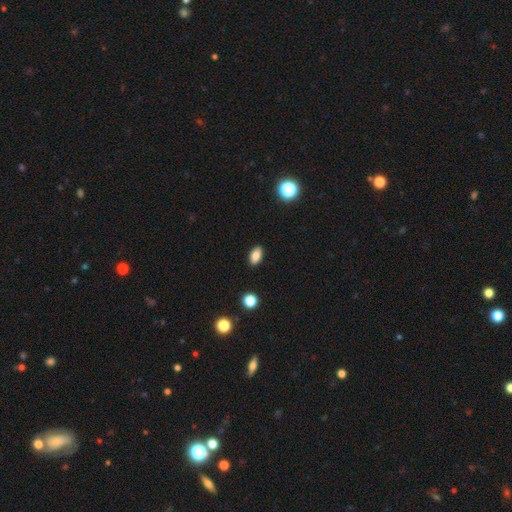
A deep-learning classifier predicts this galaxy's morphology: Smooth or featured?
  - smooth: 84% *
  - star or artifact: 10%
  - featured or disk: 6%
How rounded?
  - in between: 90% *
  - round: 8%
  - cigar-shaped: 3%
Merging?
  - none: 89% *
  - minor disturbance: 8%
  - major disturbance: 2%
  - merger: 1%